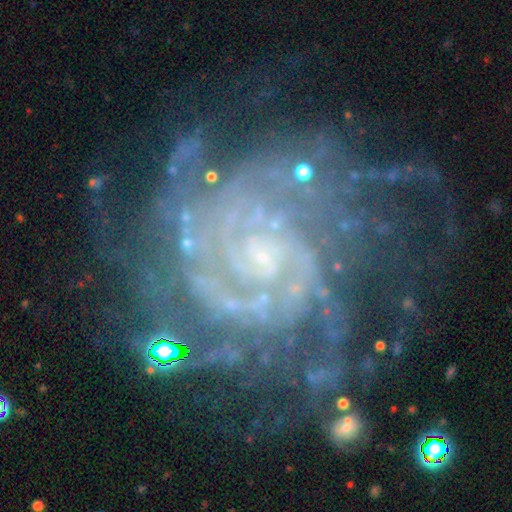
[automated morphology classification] Smooth or featured?
  - featured or disk: 89% *
  - star or artifact: 8%
  - smooth: 4%
Edge-on disk?
  - no: 98% *
  - yes: 2%
Bar?
  - no: 68% *
  - weak: 25%
  - strong: 8%
Spiral arms?
  - yes: 97% *
  - no: 3%
Spiral winding?
  - tight: 72% *
  - medium: 23%
  - loose: 5%
Spiral arm count?
  - can't tell: 28% *
  - 4: 17%
  - 2: 16%
  - 3: 16%
  - more than 4: 15%
  - 1: 9%
Bulge size?
  - small: 67% *
  - moderate: 15%
  - none: 14%
  - large: 2%
  - dominant: 1%
Merging?
  - none: 63% *
  - minor disturbance: 18%
  - major disturbance: 15%
  - merger: 3%